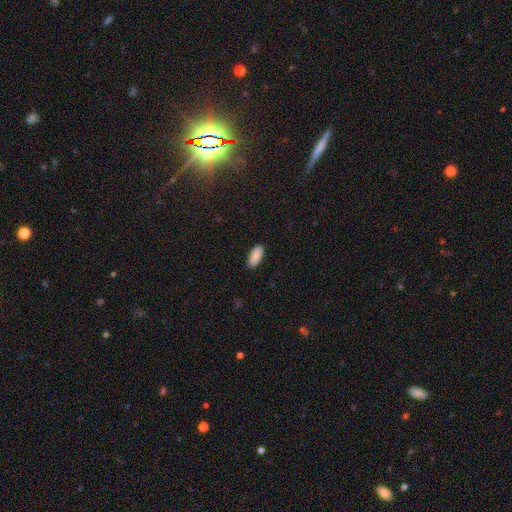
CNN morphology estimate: This appears to be a smooth galaxy with no disk features (90%) that is in between round and cigar-shaped (91%). Merging: none (90%).